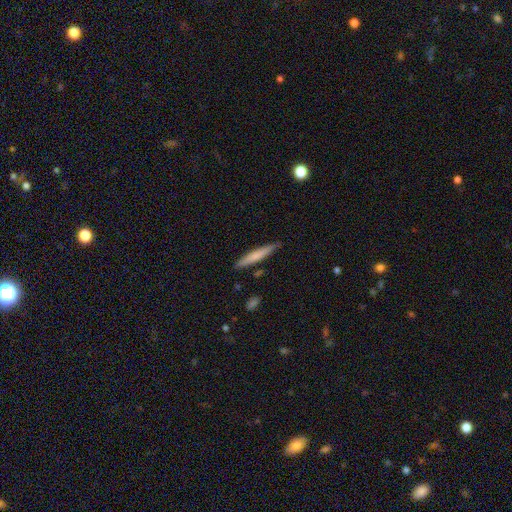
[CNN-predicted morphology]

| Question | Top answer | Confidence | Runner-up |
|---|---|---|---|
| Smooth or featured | smooth | 68% | featured or disk (27%) |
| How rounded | cigar-shaped | 94% | in between (4%) |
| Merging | none | 86% | minor disturbance (10%) |